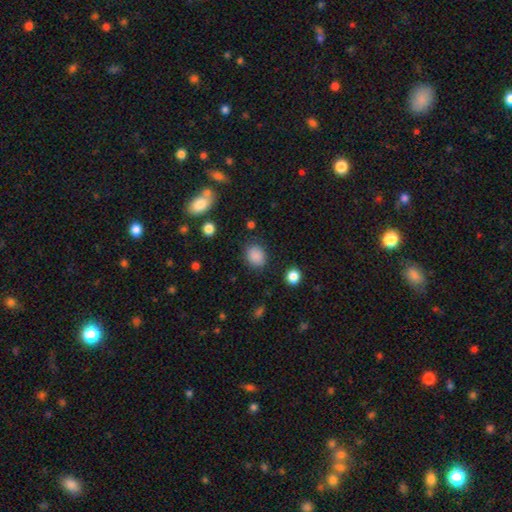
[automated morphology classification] Q: Smooth or featured?
A: smooth (86%); runner-up: star or artifact (10%)
Q: How rounded?
A: round (55%); runner-up: in between (44%)
Q: Merging?
A: none (83%); runner-up: minor disturbance (11%)